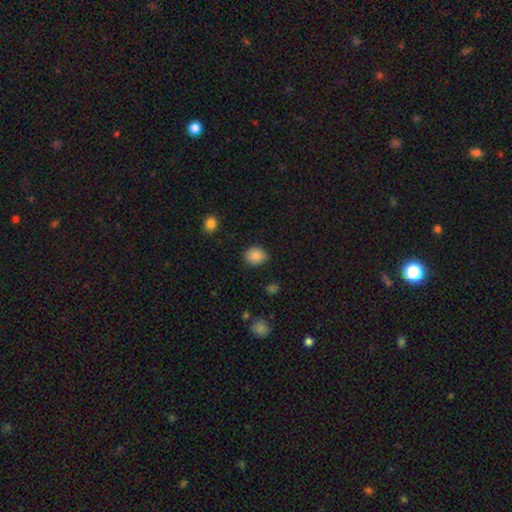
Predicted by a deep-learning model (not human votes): Q: Smooth or featured?
A: smooth (86%); runner-up: star or artifact (9%)
Q: How rounded?
A: round (50%); runner-up: in between (49%)
Q: Merging?
A: none (83%); runner-up: minor disturbance (13%)